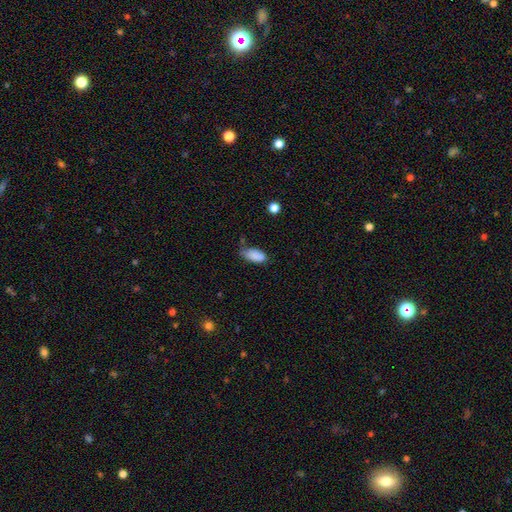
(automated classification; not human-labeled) smooth-or-featured: smooth: 86% | star or artifact: 8% | featured or disk: 6%
  how-rounded: in between: 91% | cigar-shaped: 6% | round: 3%
  merging: none: 51% | minor disturbance: 36% | major disturbance: 9% | merger: 4%